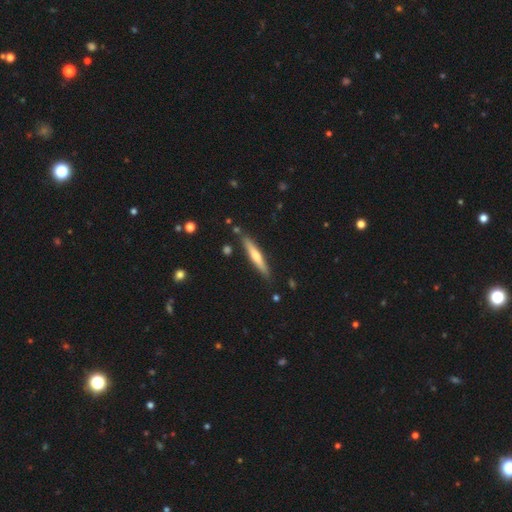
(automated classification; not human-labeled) Smooth or featured: featured or disk — 51% (smooth — 43%)
Edge-on disk: yes — 96% (no — 4%)
Merging: none — 87% (minor disturbance — 9%)